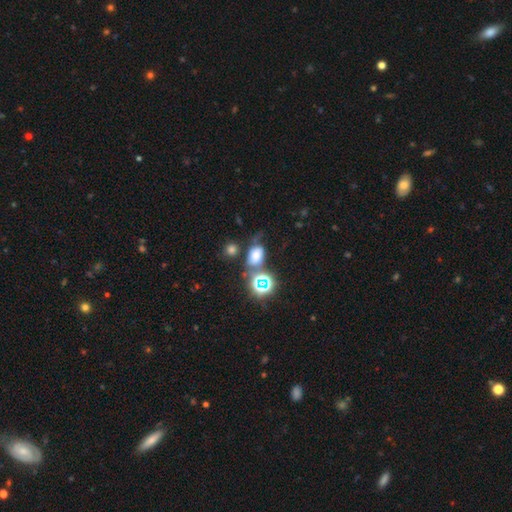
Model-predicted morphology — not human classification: A smooth galaxy with no disk features (59%) that is in between round and cigar-shaped (69%).

Vote fractions:
- Smooth or featured? smooth: 59% / star or artifact: 25% / featured or disk: 16%
- How rounded? in between: 69% / round: 29% / cigar-shaped: 2%
- Merging? none: 43% / minor disturbance: 22% / merger: 18% / major disturbance: 16%